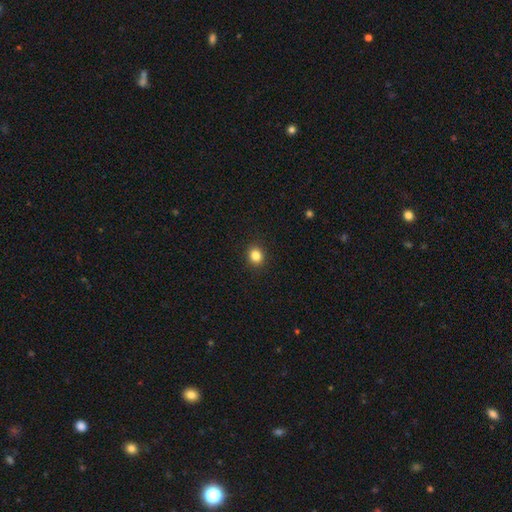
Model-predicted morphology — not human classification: A smooth galaxy with no disk features (84%) that is round (73%).

Vote fractions:
- Smooth or featured? smooth: 84% / star or artifact: 12% / featured or disk: 5%
- How rounded? round: 73% / in between: 26% / cigar-shaped: 1%
- Merging? none: 91% / minor disturbance: 6% / major disturbance: 2% / merger: 1%